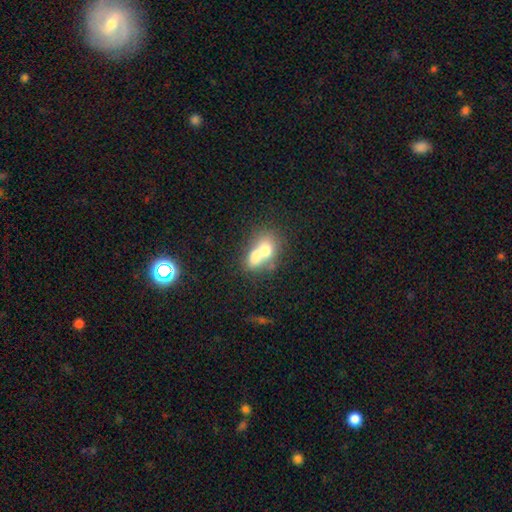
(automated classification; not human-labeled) smooth_or_featured: smooth (p=0.65) [alt: featured or disk p=0.25]
how_rounded: in between (p=0.60) [alt: round p=0.38]
merging: merger (p=0.72) [alt: none p=0.17]